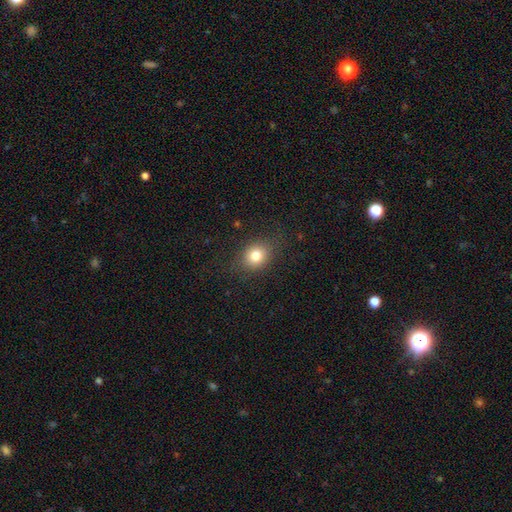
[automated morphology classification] A smooth galaxy with no disk features (79%) that is round (62%). Merging: none (82%).